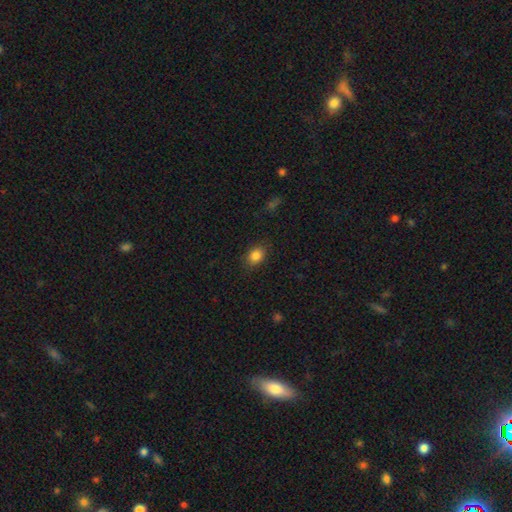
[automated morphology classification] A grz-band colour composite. It shows a smooth galaxy with no disk features (85%) that is in between round and cigar-shaped (60%). Merging: none (86%).